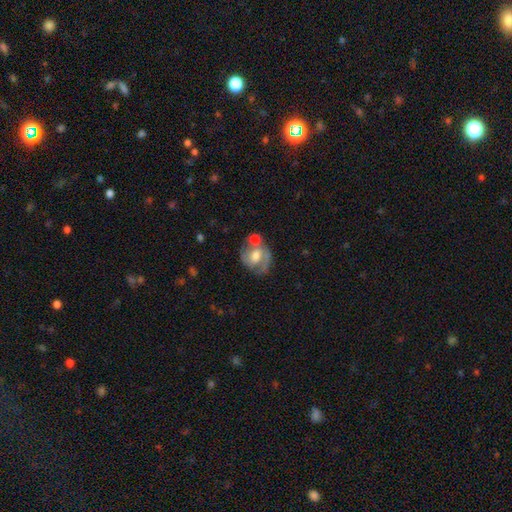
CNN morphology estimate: featured or disk 62%, smooth 31%, star or artifact 7%. Down the decision tree: edge-on disk — no (97%); bar — no (50%); spiral arms — yes (74%); bulge size — moderate (62%); merging — none (44%).